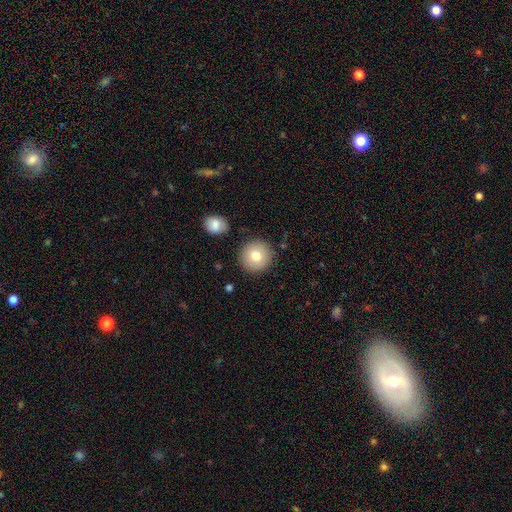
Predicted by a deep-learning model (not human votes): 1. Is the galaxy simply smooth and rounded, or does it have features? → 78% smooth, 13% featured or disk, 9% star or artifact.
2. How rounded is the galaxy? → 95% round, 4% in between, 1% cigar-shaped.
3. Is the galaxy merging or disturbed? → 87% none, 8% minor disturbance, 3% merger, 2% major disturbance.